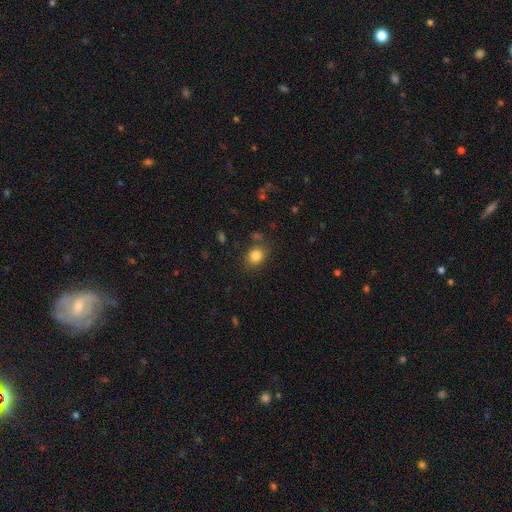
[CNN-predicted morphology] Smooth or featured? Predicted: smooth (p=0.83). How rounded? Predicted: round (p=0.52). Merging? Predicted: none (p=0.79).